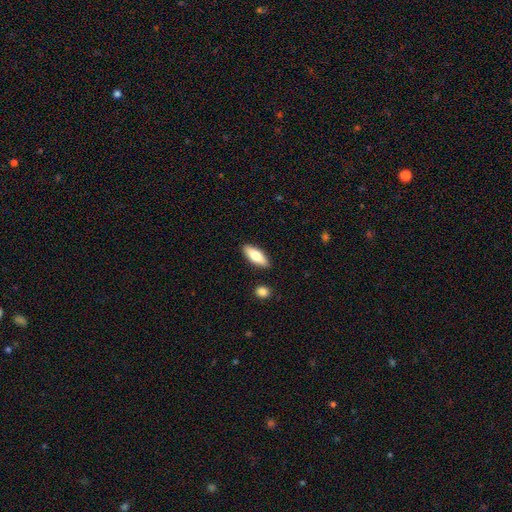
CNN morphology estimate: A smooth galaxy with no disk features (73%) that is in between round and cigar-shaped (72%). Merging: none (88%).